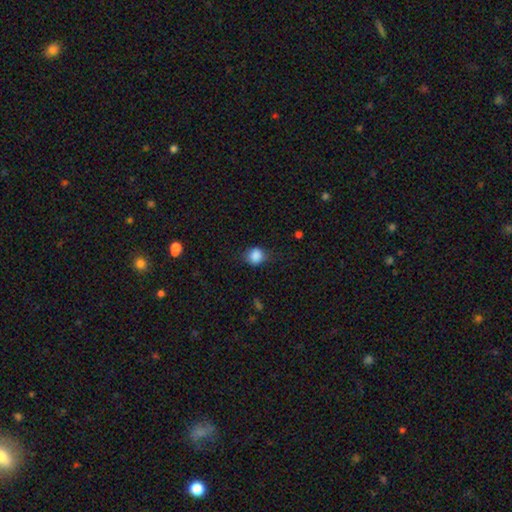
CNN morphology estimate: Smooth or featured?
  - smooth: 85% *
  - star or artifact: 9%
  - featured or disk: 5%
How rounded?
  - round: 69% *
  - in between: 29%
  - cigar-shaped: 1%
Merging?
  - none: 68% *
  - minor disturbance: 23%
  - major disturbance: 7%
  - merger: 1%